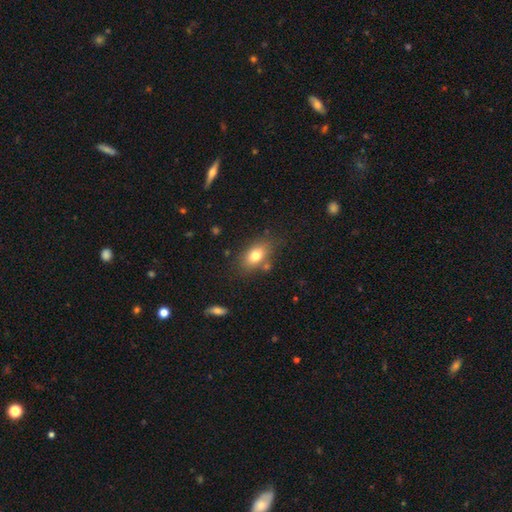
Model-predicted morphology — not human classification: Smooth or featured? Predicted: smooth (p=0.76). How rounded? Predicted: in between (p=0.84). Merging? Predicted: none (p=0.73).